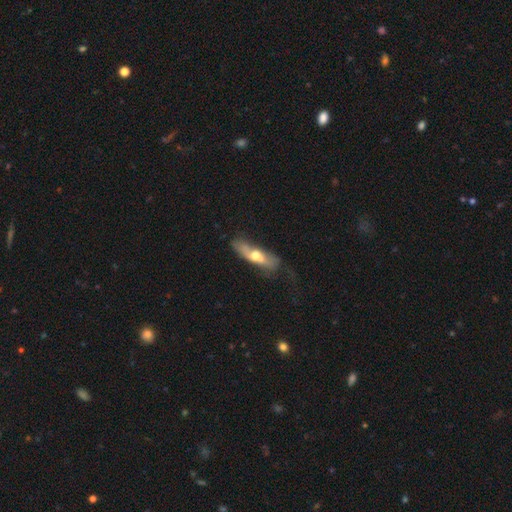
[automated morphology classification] Overall: featured or disk (47%; smooth 46%). Merging: none (45%; minor disturbance 28%).